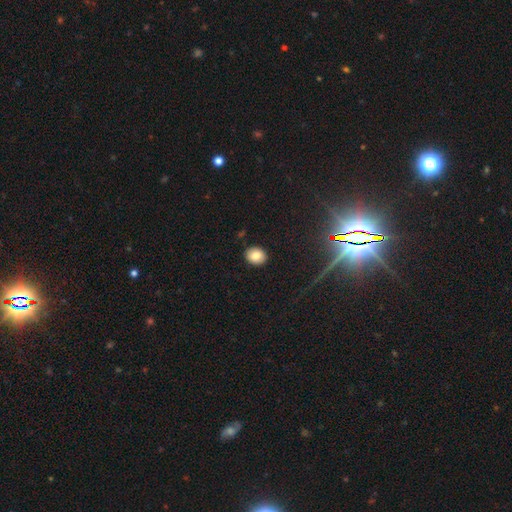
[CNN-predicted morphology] This is clearly a smooth galaxy (81%). How rounded: possibly round (59%). Merging: clearly none (89%).